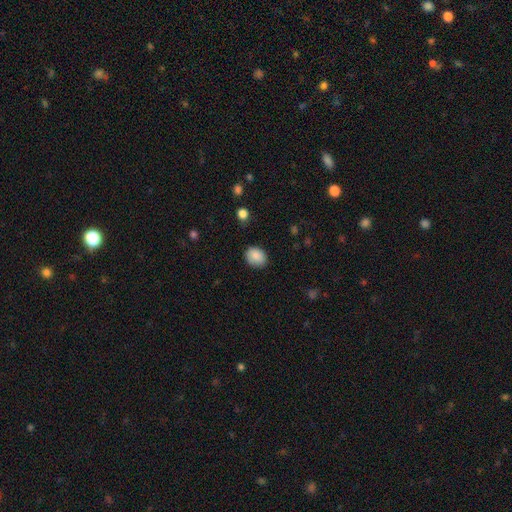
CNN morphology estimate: smooth 88%, star or artifact 8%, featured or disk 4%. Down the decision tree: how rounded — in between (51%); merging — none (82%).